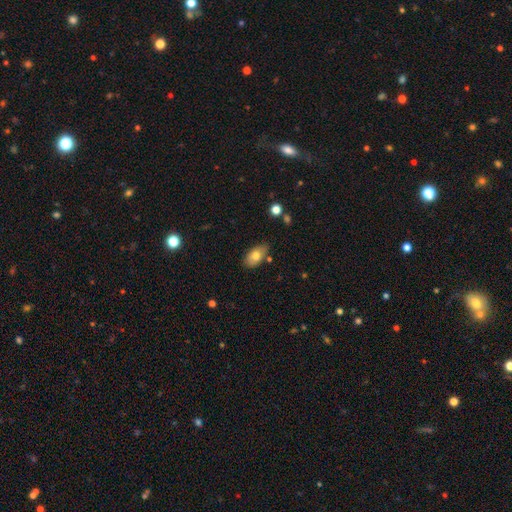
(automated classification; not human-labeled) Smooth or featured? Predicted: smooth (p=0.75). How rounded? Predicted: in between (p=0.91). Merging? Predicted: none (p=0.75).